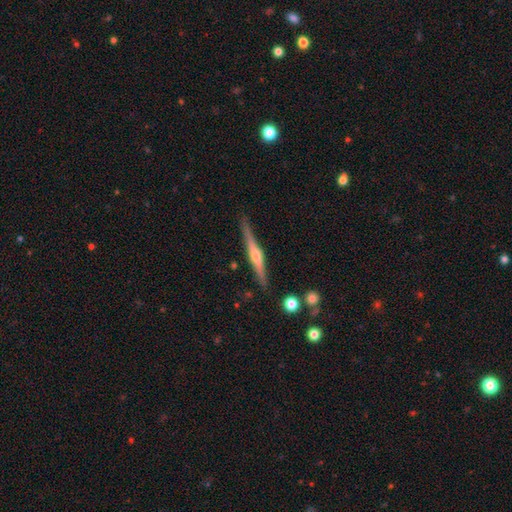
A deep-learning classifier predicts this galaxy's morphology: Smooth or featured? Predicted: featured or disk (p=0.77). Edge-on disk? Predicted: yes (p=0.98). Edge-on bulge? Predicted: rounded (p=0.80). Merging? Predicted: none (p=0.88).